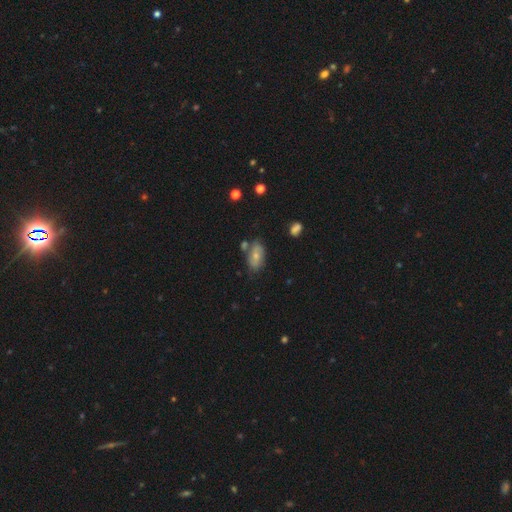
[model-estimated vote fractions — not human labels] Smooth or featured: smooth — 62% (featured or disk — 29%)
How rounded: in between — 90% (round — 7%)
Merging: none — 61% (minor disturbance — 20%)